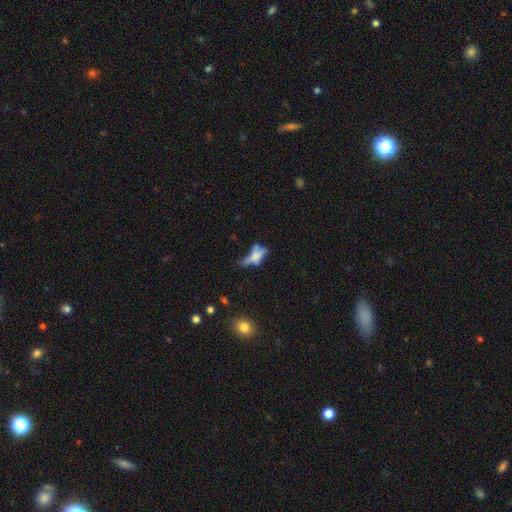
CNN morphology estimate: Overall: smooth (47%; featured or disk 40%). Merging: major disturbance (30%; none 29%).